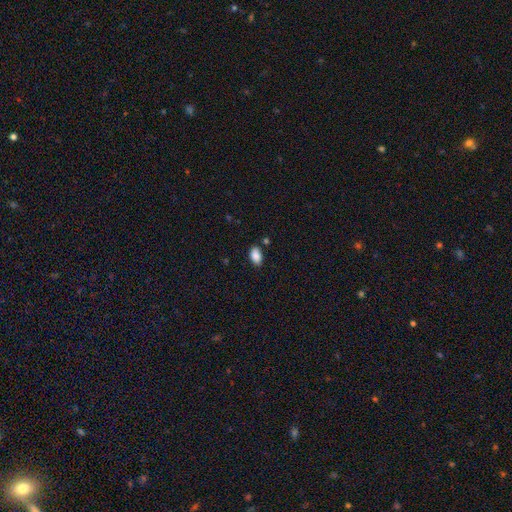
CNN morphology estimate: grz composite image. It shows a smooth galaxy with no disk features (87%) that is in between round and cigar-shaped (93%). Merging: none (81%).